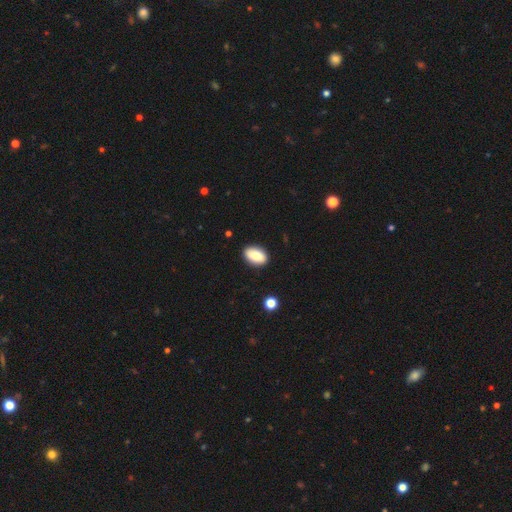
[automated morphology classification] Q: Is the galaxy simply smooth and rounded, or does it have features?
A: smooth — 86%.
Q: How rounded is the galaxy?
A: in between — 92%.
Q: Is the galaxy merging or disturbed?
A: none — 88%.